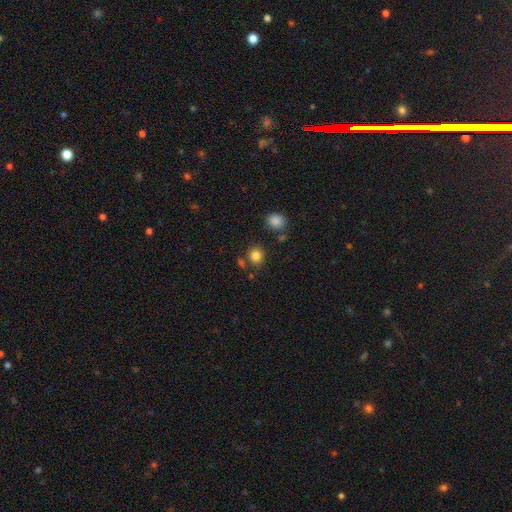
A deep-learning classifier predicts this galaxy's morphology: type=smooth (83%); roundness=round (82%); merging=none (77%).